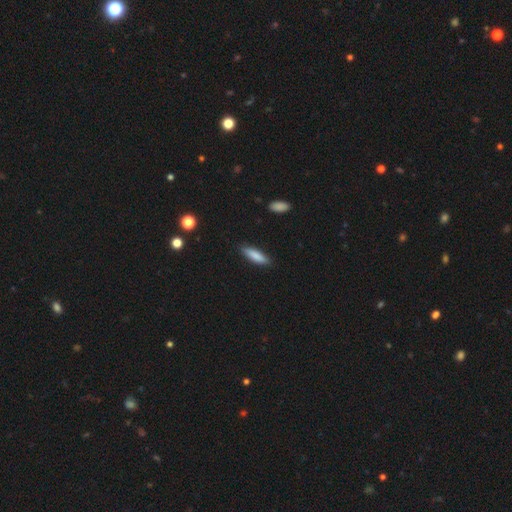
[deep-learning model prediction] Morphology: type=smooth (84%); roundness=cigar-shaped (64%); merging=none (87%).